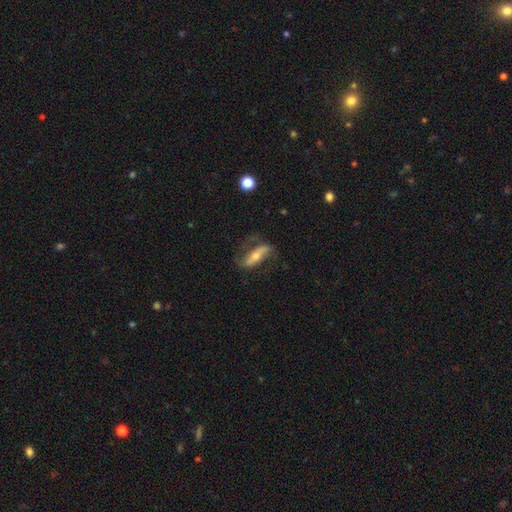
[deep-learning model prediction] This is likely a featured or disk galaxy (71%). It is likely not viewed edge-on (78%). Bar: possibly strong (52%). Spiral arm pattern: clearly yes (85%). Central bulge: possibly small (47%). Merging: likely none (60%).